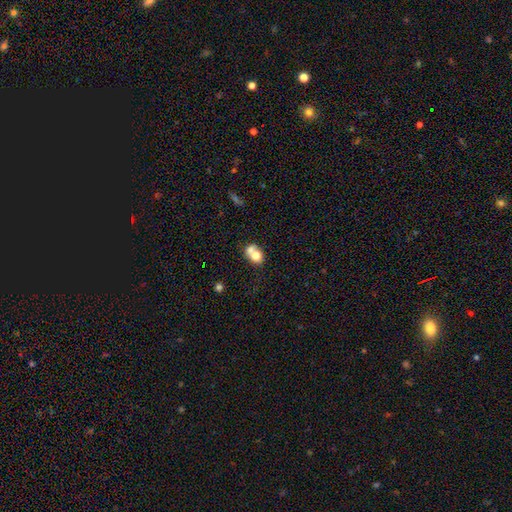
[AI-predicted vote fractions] Smooth or featured?
  - smooth: 68% *
  - featured or disk: 22%
  - star or artifact: 10%
How rounded?
  - round: 55% *
  - in between: 44%
  - cigar-shaped: 1%
Merging?
  - merger: 64% *
  - none: 23%
  - minor disturbance: 8%
  - major disturbance: 5%